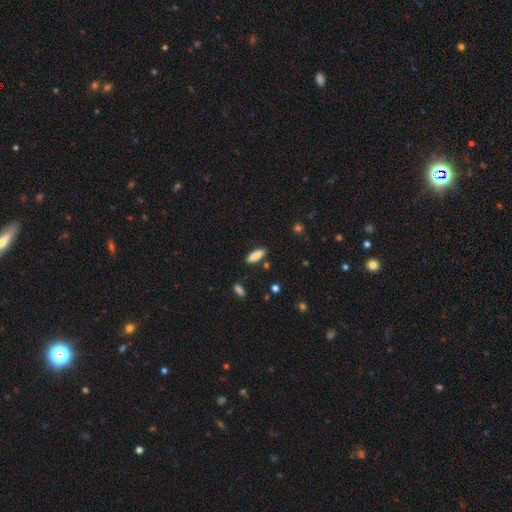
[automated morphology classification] smooth 87%, star or artifact 7%, featured or disk 6%. Down the decision tree: how rounded — in between (57%); merging — none (85%).